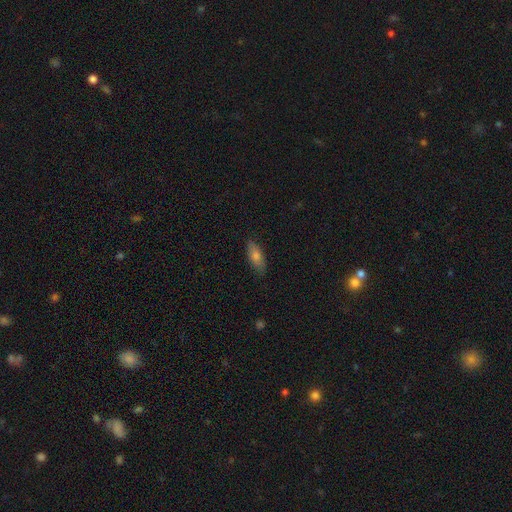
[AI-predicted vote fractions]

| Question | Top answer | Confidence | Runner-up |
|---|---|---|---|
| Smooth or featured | smooth | 71% | featured or disk (21%) |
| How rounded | in between | 67% | cigar-shaped (30%) |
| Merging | none | 85% | minor disturbance (12%) |